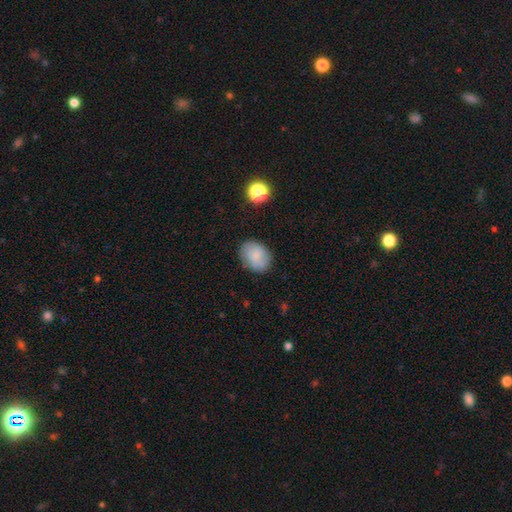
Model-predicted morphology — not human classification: Smooth or featured? smooth (79%)
How rounded? in between (64%)
Merging? none (80%)